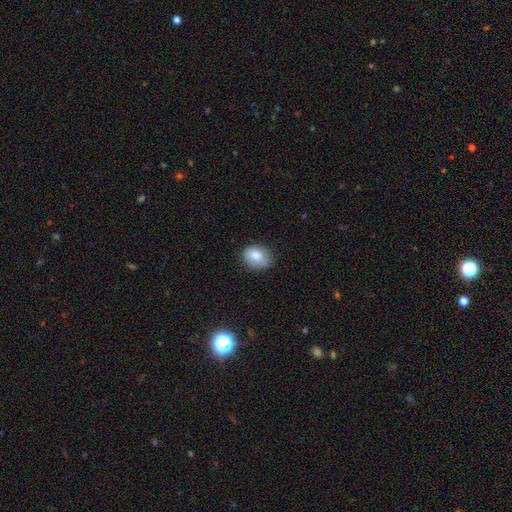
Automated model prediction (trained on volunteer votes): smooth-or-featured: smooth: 82% | featured or disk: 9% | star or artifact: 8%
  how-rounded: in between: 53% | round: 46% | cigar-shaped: 1%
  merging: none: 75% | minor disturbance: 20% | major disturbance: 4% | merger: 1%